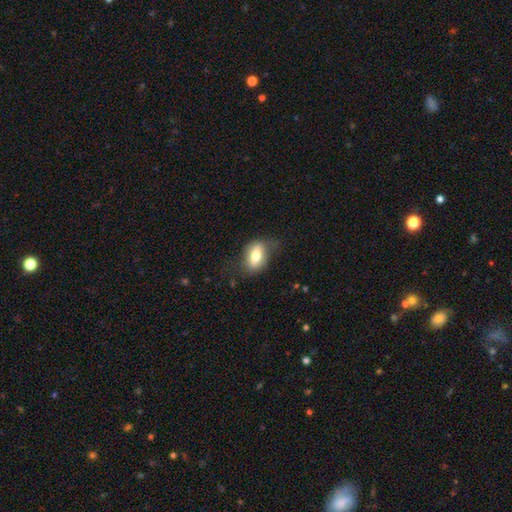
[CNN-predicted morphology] A smooth galaxy with no disk features (69%) that is in between round and cigar-shaped (85%).

Vote fractions:
- Smooth or featured? smooth: 69% / featured or disk: 24% / star or artifact: 7%
- How rounded? in between: 85% / round: 12% / cigar-shaped: 4%
- Merging? none: 63% / minor disturbance: 25% / major disturbance: 11% / merger: 1%